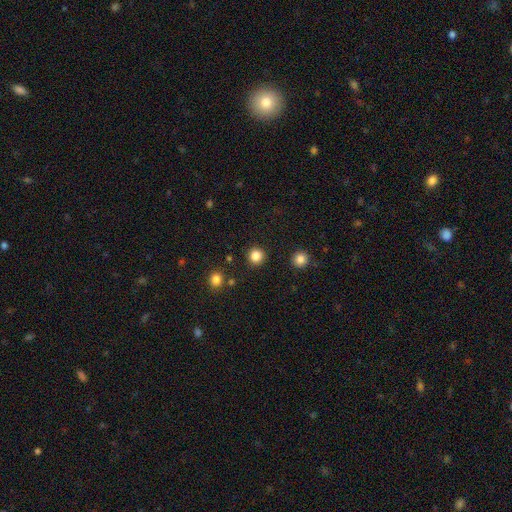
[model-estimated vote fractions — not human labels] Smooth or featured?
  - smooth: 85% *
  - star or artifact: 12%
  - featured or disk: 4%
How rounded?
  - round: 93% *
  - in between: 6%
  - cigar-shaped: 1%
Merging?
  - none: 91% *
  - minor disturbance: 5%
  - major disturbance: 2%
  - merger: 2%